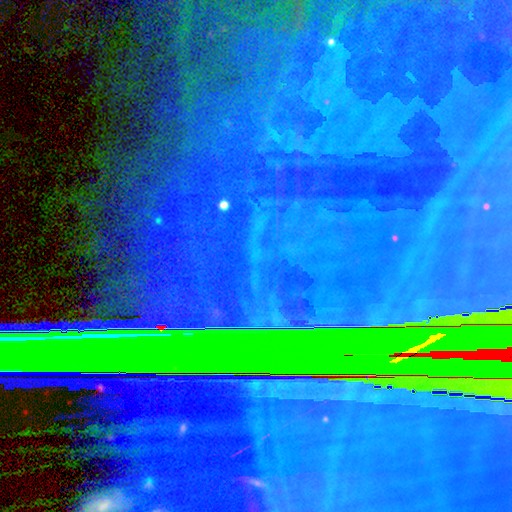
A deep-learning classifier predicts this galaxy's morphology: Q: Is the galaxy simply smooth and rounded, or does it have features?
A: star or artifact — 86%.